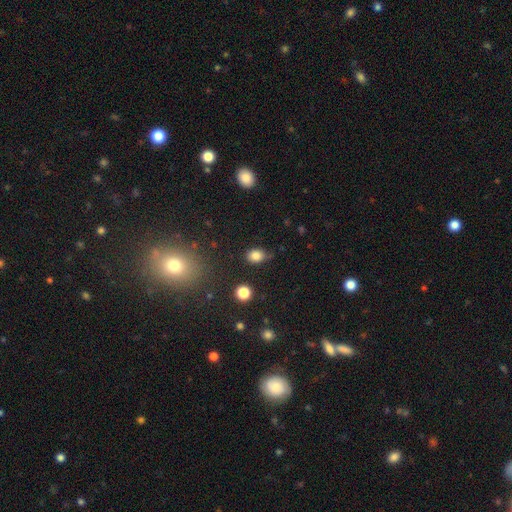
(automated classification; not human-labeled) Overall: smooth (83%). How rounded: in between (60%; round 39%). Merging: none (67%).